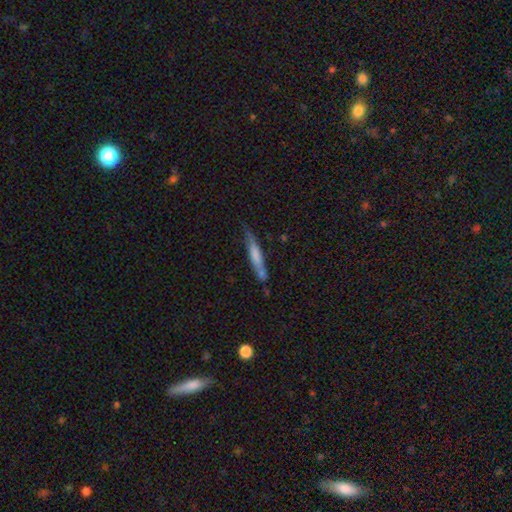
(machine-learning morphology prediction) This is possibly a smooth galaxy (59%). How rounded: clearly cigar-shaped (90%). Merging: possibly none (58%).